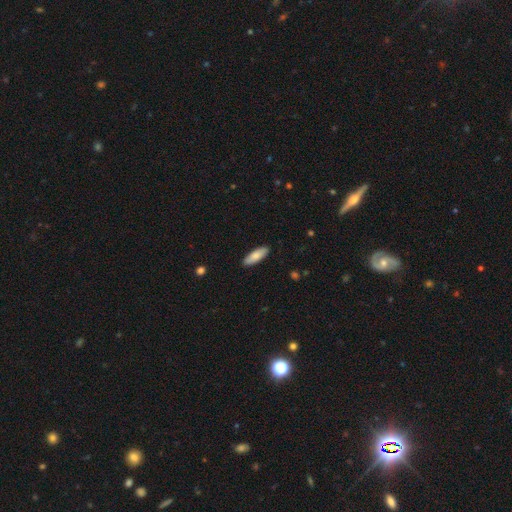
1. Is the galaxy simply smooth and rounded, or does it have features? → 69% smooth, 31% featured or disk, 0% star or artifact.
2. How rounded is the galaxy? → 52% cigar-shaped, 48% in between, 0% round.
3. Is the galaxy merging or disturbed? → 92% none, 5% minor disturbance, 3% major disturbance, 0% merger.